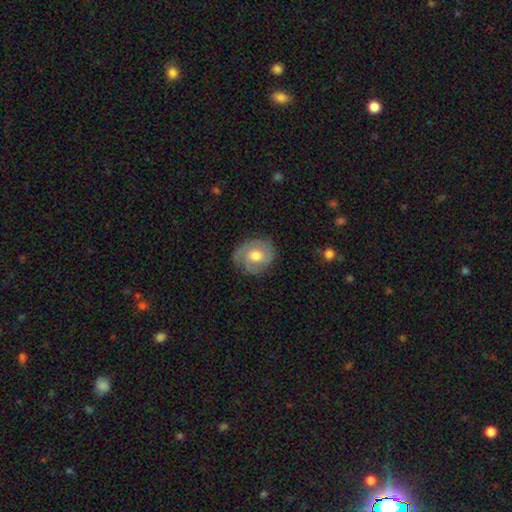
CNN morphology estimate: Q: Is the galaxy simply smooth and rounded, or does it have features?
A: featured or disk — 63%.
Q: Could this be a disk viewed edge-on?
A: no — 97%.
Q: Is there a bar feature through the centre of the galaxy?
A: no — 74%.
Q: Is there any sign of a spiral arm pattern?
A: yes — 84%.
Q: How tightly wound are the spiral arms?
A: tight — 55%.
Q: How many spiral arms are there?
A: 2 — 35%.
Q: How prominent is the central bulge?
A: moderate — 74%.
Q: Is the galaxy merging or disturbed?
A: none — 71%.